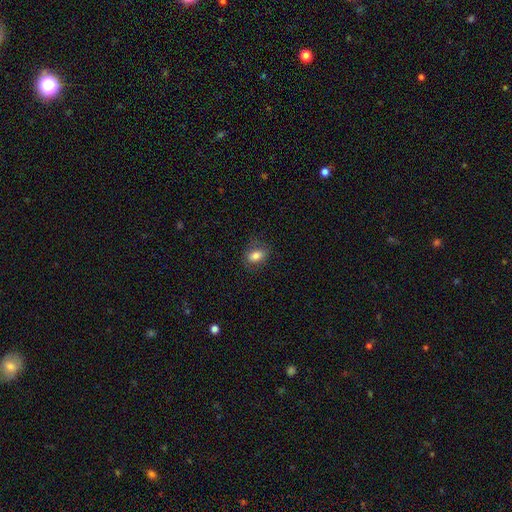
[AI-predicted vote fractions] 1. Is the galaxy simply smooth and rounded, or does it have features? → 81% smooth, 10% featured or disk, 9% star or artifact.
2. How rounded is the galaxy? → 78% in between, 20% round, 2% cigar-shaped.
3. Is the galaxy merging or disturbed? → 78% none, 16% minor disturbance, 5% major disturbance, 1% merger.